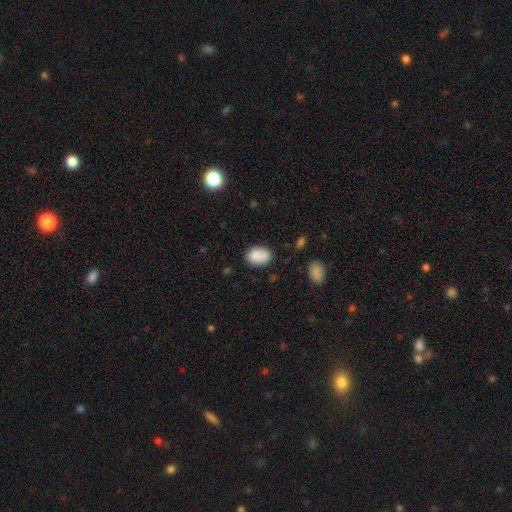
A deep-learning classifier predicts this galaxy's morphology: smooth-or-featured: smooth: 87% | star or artifact: 8% | featured or disk: 6%
  how-rounded: in between: 83% | round: 16% | cigar-shaped: 1%
  merging: none: 74% | minor disturbance: 18% | merger: 4% | major disturbance: 4%